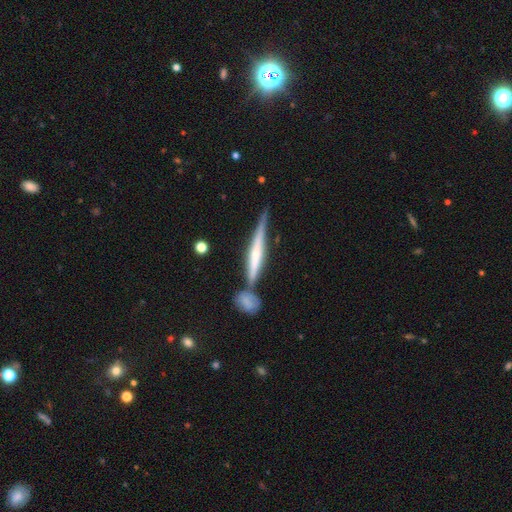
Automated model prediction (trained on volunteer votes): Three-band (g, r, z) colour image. It shows a featured or disk galaxy (63%) viewed edge-on (95%) with a rounded central bulge (44%). Merging: none (58%).